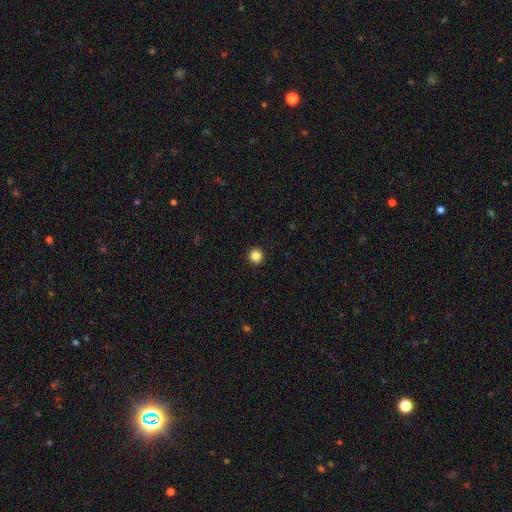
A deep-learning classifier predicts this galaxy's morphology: A smooth galaxy with no disk features (85%) that is round (96%).

Vote fractions:
- Smooth or featured? smooth: 85% / star or artifact: 11% / featured or disk: 3%
- How rounded? round: 96% / in between: 3% / cigar-shaped: 1%
- Merging? none: 94% / minor disturbance: 4% / major disturbance: 1% / merger: 1%